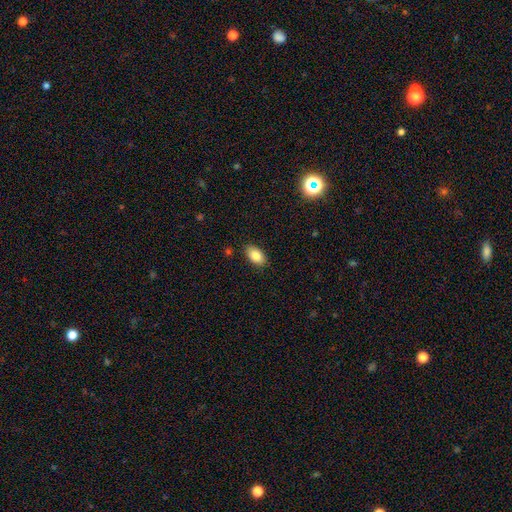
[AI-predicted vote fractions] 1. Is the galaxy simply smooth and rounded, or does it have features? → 84% smooth, 8% featured or disk, 8% star or artifact.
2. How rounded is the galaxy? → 92% in between, 6% round, 2% cigar-shaped.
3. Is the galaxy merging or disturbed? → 87% none, 9% minor disturbance, 2% major disturbance, 1% merger.